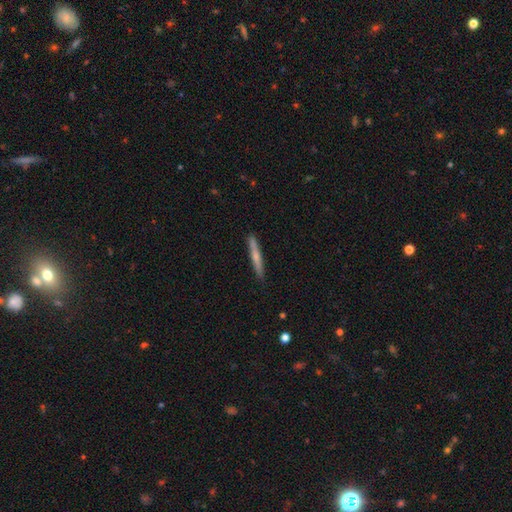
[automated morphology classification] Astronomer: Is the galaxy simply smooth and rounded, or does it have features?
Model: smooth — 51% (runner-up: featured or disk, 43%).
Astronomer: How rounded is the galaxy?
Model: cigar-shaped — 95%.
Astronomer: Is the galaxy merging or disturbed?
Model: none — 89%.